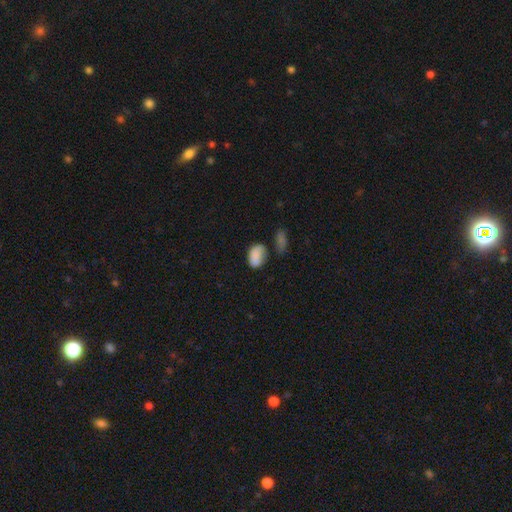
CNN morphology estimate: Smooth or featured: smooth — 82% (star or artifact — 10%)
How rounded: in between — 86% (round — 13%)
Merging: none — 47% (minor disturbance — 28%)